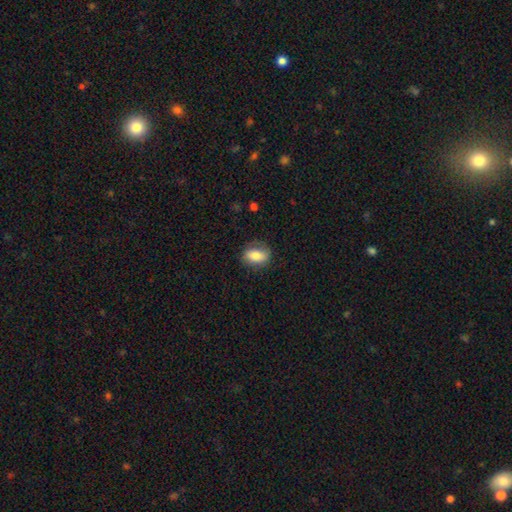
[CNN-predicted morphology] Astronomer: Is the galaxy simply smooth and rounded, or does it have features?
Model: smooth — 78%.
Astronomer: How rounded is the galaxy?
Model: in between — 81%.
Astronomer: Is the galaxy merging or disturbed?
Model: none — 78%.